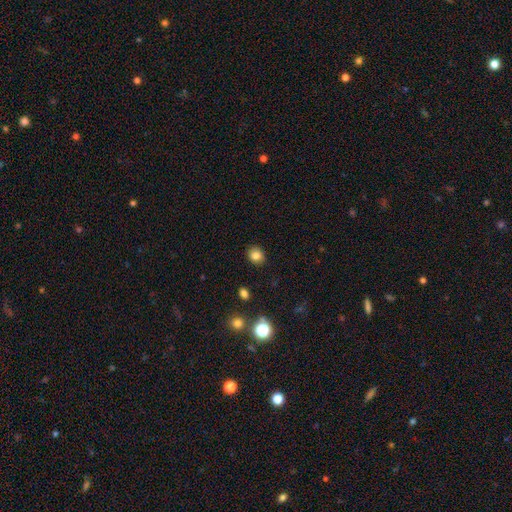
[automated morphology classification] Smooth or featured? smooth (82%)
How rounded? round (72%)
Merging? none (88%)